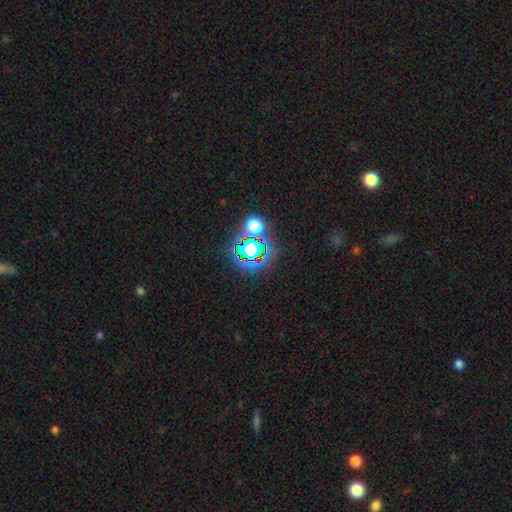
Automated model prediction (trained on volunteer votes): This is likely a star or artifact rather than a galaxy (67%).